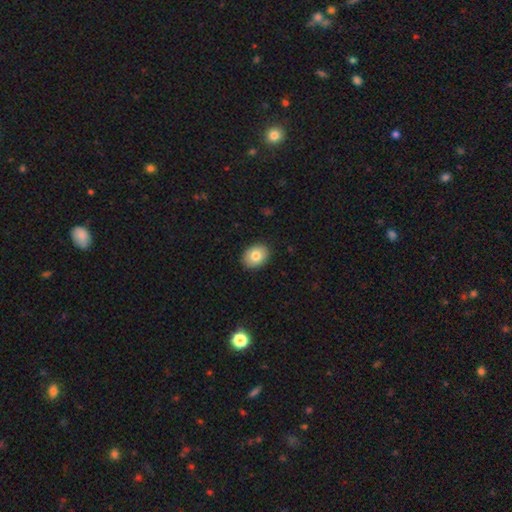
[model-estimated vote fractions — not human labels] This is clearly a smooth galaxy (80%). How rounded: likely in between (63%). Merging: clearly none (90%).